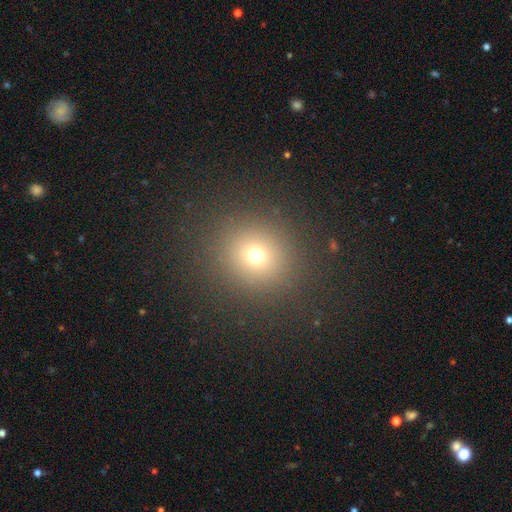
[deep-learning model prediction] Morphology: type=smooth (69%); roundness=round (90%); merging=none (89%).